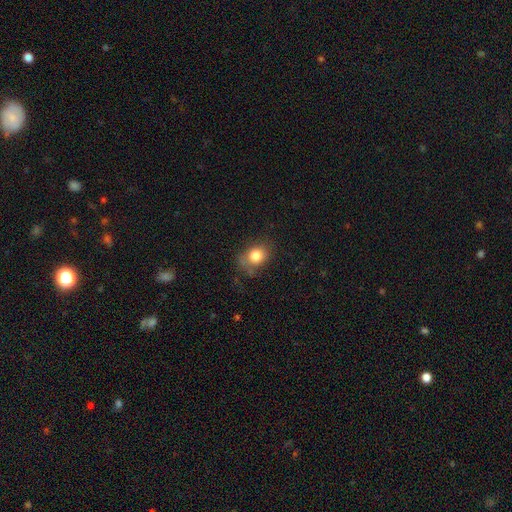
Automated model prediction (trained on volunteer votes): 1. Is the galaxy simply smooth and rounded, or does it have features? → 81% smooth, 10% star or artifact, 9% featured or disk.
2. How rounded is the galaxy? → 51% round, 48% in between, 1% cigar-shaped.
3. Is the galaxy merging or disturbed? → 65% none, 24% minor disturbance, 8% major disturbance, 3% merger.